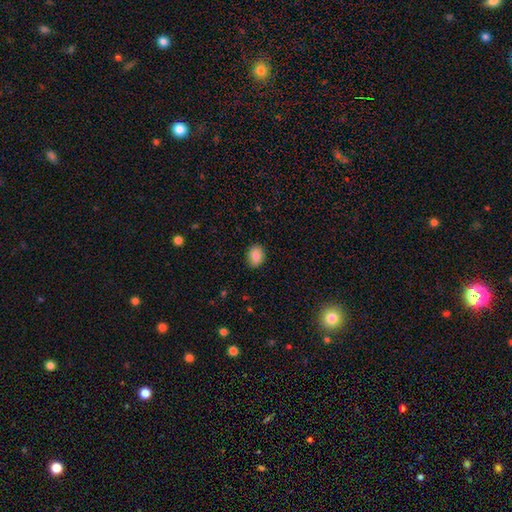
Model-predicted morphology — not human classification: A smooth galaxy with no disk features (86%) that is in between round and cigar-shaped (63%).

Vote fractions:
- Smooth or featured? smooth: 86% / star or artifact: 8% / featured or disk: 6%
- How rounded? in between: 63% / round: 36% / cigar-shaped: 1%
- Merging? none: 83% / minor disturbance: 13% / major disturbance: 3% / merger: 1%